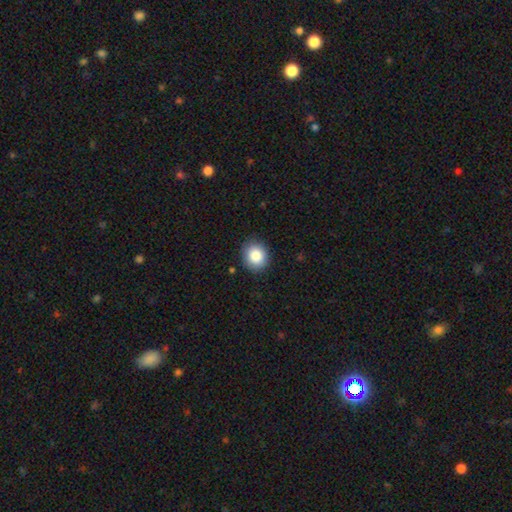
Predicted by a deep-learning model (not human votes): A smooth galaxy with no disk features (86%) that is round (77%).

Vote fractions:
- Smooth or featured? smooth: 86% / star or artifact: 9% / featured or disk: 5%
- How rounded? round: 77% / in between: 22% / cigar-shaped: 1%
- Merging? none: 88% / minor disturbance: 9% / major disturbance: 2% / merger: 1%